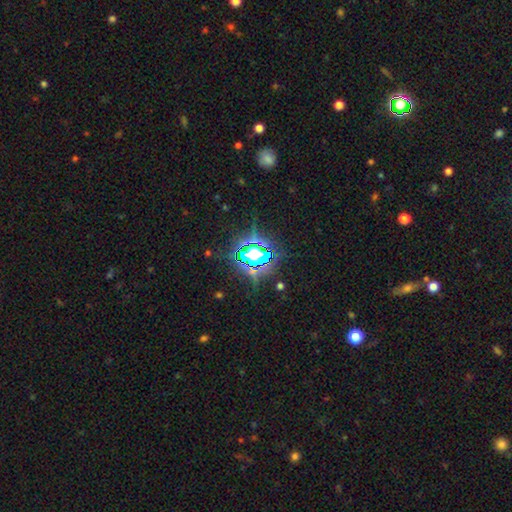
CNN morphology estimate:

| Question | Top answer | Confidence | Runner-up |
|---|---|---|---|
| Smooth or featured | star or artifact | 73% | smooth (15%) |